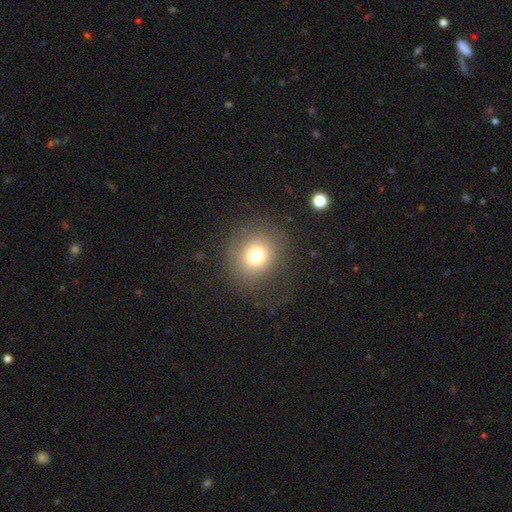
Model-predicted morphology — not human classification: type=smooth (73%); roundness=round (84%); merging=none (77%).